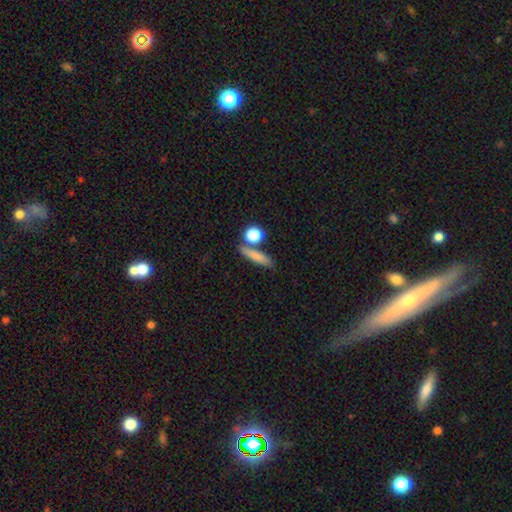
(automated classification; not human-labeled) Smooth or featured? Predicted: smooth (p=0.75). How rounded? Predicted: cigar-shaped (p=0.62). Merging? Predicted: none (p=0.71).